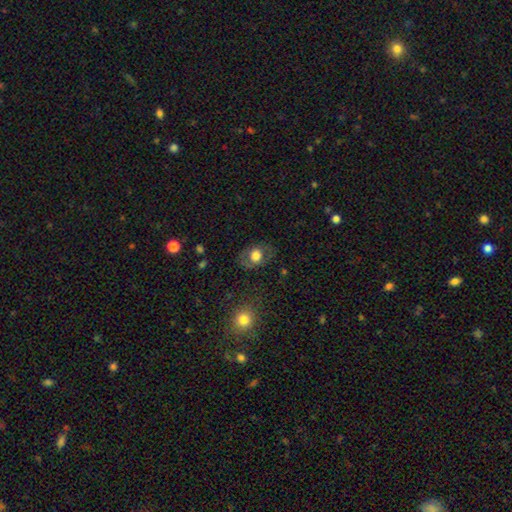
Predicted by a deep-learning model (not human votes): A smooth galaxy with no disk features (62%) that is in between round and cigar-shaped (56%).

Vote fractions:
- Smooth or featured? smooth: 62% / featured or disk: 29% / star or artifact: 9%
- How rounded? in between: 56% / round: 43% / cigar-shaped: 1%
- Merging? none: 74% / minor disturbance: 16% / major disturbance: 8% / merger: 2%